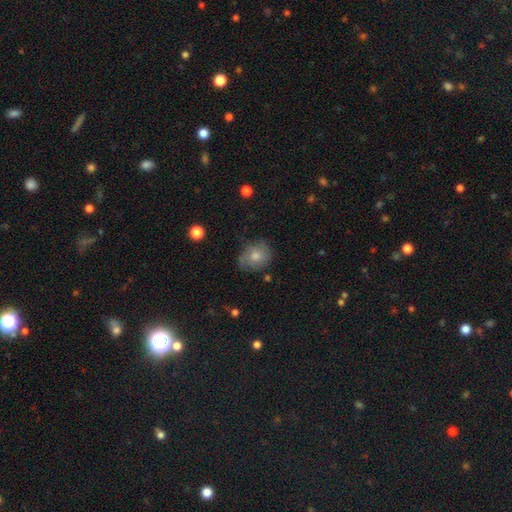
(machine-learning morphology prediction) Smooth or featured?
  - smooth: 68% *
  - featured or disk: 24%
  - star or artifact: 8%
How rounded?
  - round: 62% *
  - in between: 37%
  - cigar-shaped: 1%
Merging?
  - none: 62% *
  - minor disturbance: 27%
  - major disturbance: 9%
  - merger: 2%